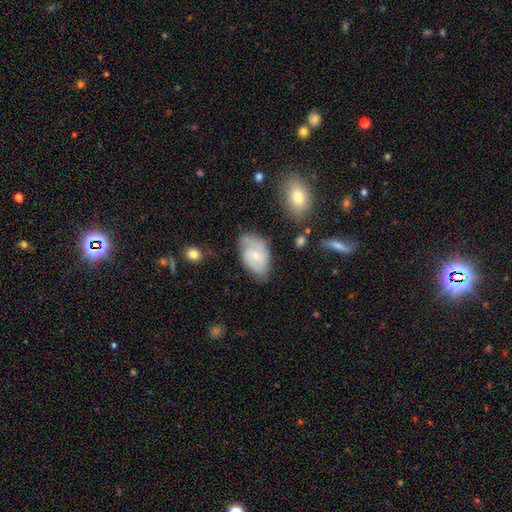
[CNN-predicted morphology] type=featured or disk (59%); edge-on=no (95%); bar=no (64%); spiral arms=yes (81%); bulge=small (64%); merging=none (54%).